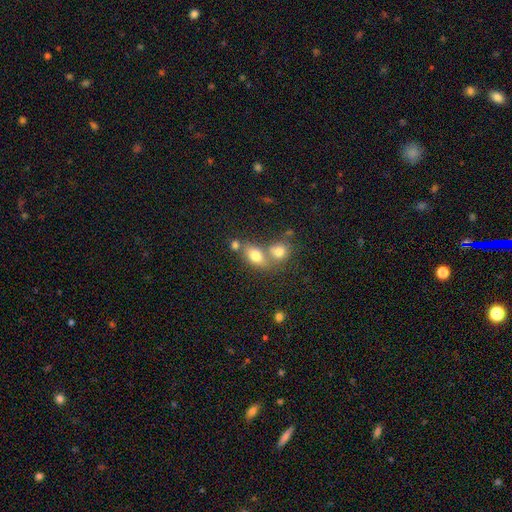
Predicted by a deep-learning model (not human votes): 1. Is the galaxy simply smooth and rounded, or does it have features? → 75% smooth, 14% featured or disk, 11% star or artifact.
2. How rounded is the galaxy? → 75% in between, 20% round, 5% cigar-shaped.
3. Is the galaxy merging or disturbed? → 45% merger, 41% none, 10% minor disturbance, 4% major disturbance.